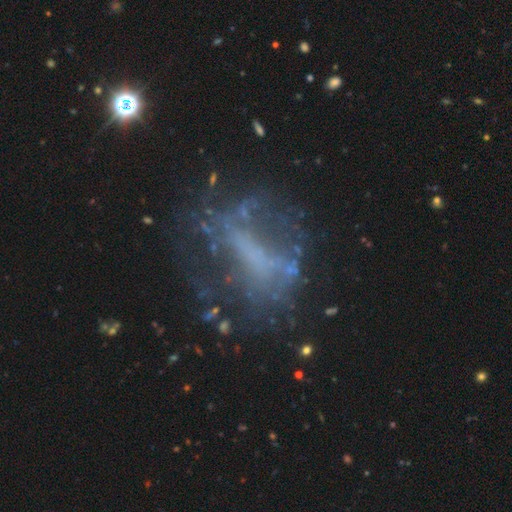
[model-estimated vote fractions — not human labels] Smooth or featured?
  - featured or disk: 55% *
  - smooth: 22%
  - star or artifact: 22%
Edge-on disk?
  - no: 91% *
  - yes: 9%
Bar?
  - no: 59% *
  - strong: 21%
  - weak: 20%
Spiral arms?
  - no: 80% *
  - yes: 20%
Bulge size?
  - none: 71% *
  - small: 14%
  - moderate: 10%
  - large: 4%
  - dominant: 2%
Merging?
  - none: 50% *
  - major disturbance: 27%
  - minor disturbance: 19%
  - merger: 5%